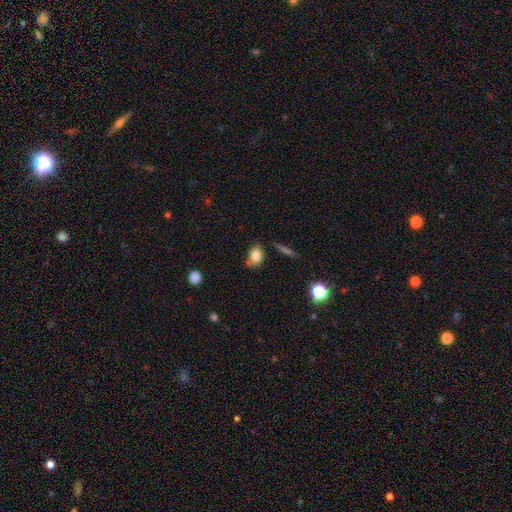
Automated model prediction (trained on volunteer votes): This is likely a smooth galaxy (79%). How rounded: likely in between (63%). Merging: likely none (66%).